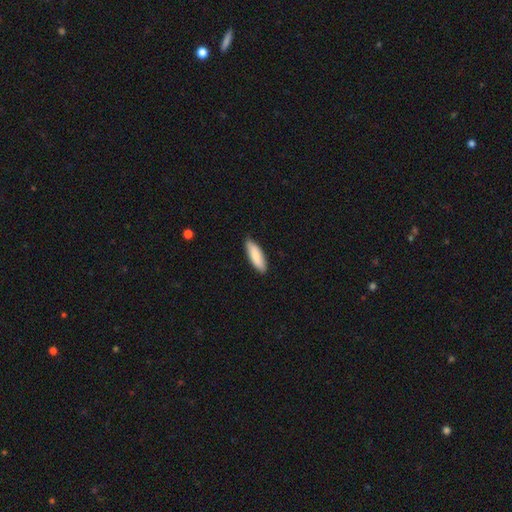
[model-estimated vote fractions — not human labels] A smooth galaxy with no disk features (85%) that is in between round and cigar-shaped (51%).

Vote fractions:
- Smooth or featured? smooth: 85% / featured or disk: 10% / star or artifact: 5%
- How rounded? in between: 51% / cigar-shaped: 48% / round: 2%
- Merging? none: 87% / minor disturbance: 10% / major disturbance: 2% / merger: 1%